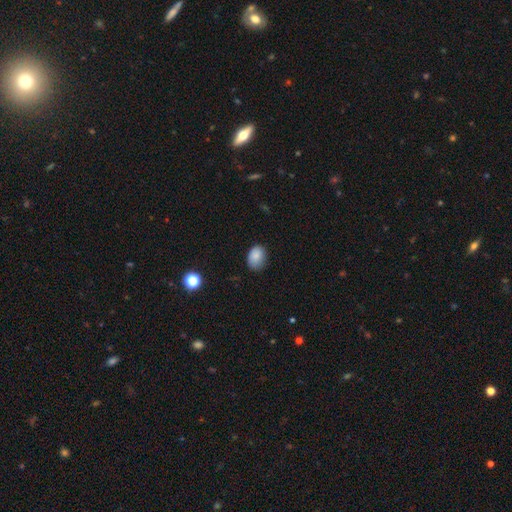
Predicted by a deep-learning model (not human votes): A smooth galaxy with no disk features (85%) that is in between round and cigar-shaped (72%).

Vote fractions:
- Smooth or featured? smooth: 85% / star or artifact: 9% / featured or disk: 5%
- How rounded? in between: 72% / round: 28% / cigar-shaped: 1%
- Merging? none: 71% / minor disturbance: 23% / major disturbance: 4% / merger: 1%